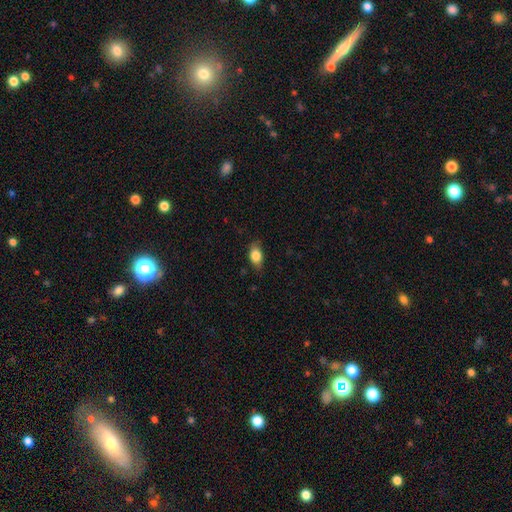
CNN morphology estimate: Smooth or featured? smooth (81%)
How rounded? in between (83%)
Merging? none (75%)